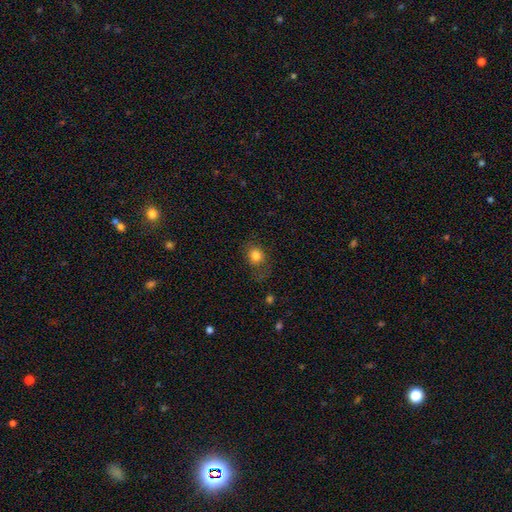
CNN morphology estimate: Q: Smooth or featured?
A: smooth (80%); runner-up: star or artifact (11%)
Q: How rounded?
A: round (68%); runner-up: in between (31%)
Q: Merging?
A: none (62%); runner-up: minor disturbance (21%)